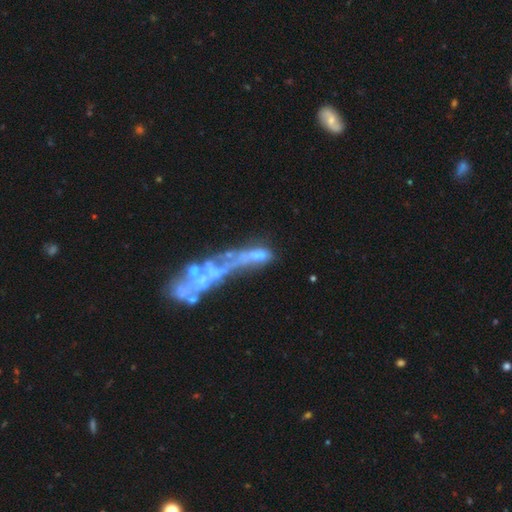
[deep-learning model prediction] Q: Smooth or featured?
A: featured or disk (56%); runner-up: smooth (27%)
Q: Edge-on disk?
A: no (83%); runner-up: yes (17%)
Q: Merging?
A: merger (40%); runner-up: major disturbance (29%)